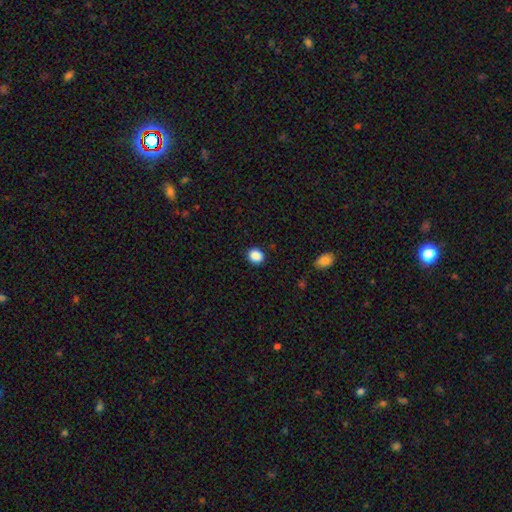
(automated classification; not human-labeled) Q: Smooth or featured?
A: smooth (88%); runner-up: star or artifact (9%)
Q: How rounded?
A: round (71%); runner-up: in between (28%)
Q: Merging?
A: none (90%); runner-up: minor disturbance (7%)